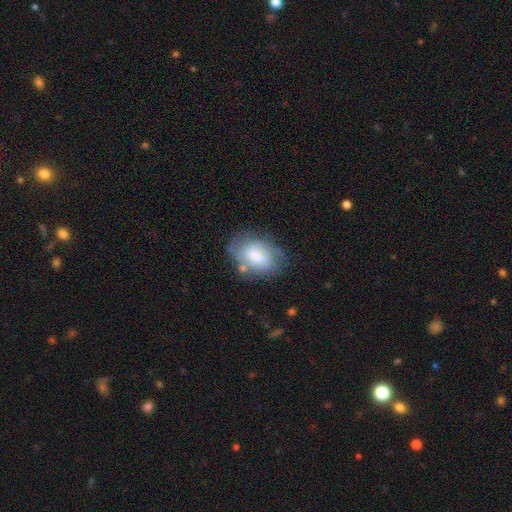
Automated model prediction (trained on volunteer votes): A smooth galaxy with no disk features (51%) that is in between round and cigar-shaped (75%). Merging: none (56%).